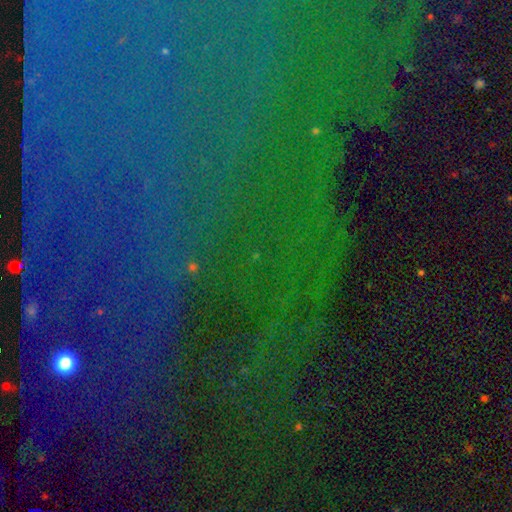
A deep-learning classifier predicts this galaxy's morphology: smooth_or_featured: star or artifact (p=0.82) [alt: featured or disk p=0.09]